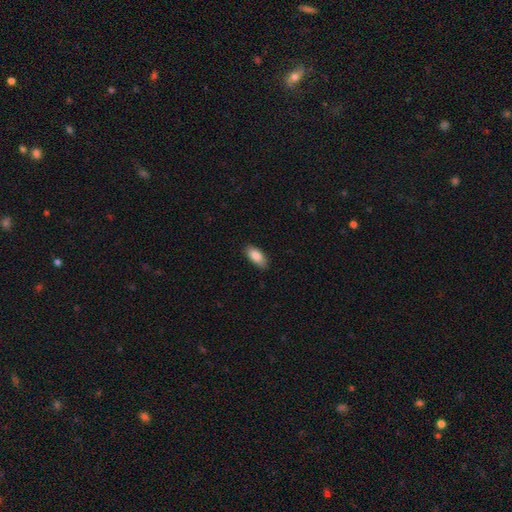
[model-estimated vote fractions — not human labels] Morphology: type=smooth (87%); roundness=in between (90%); merging=none (82%).